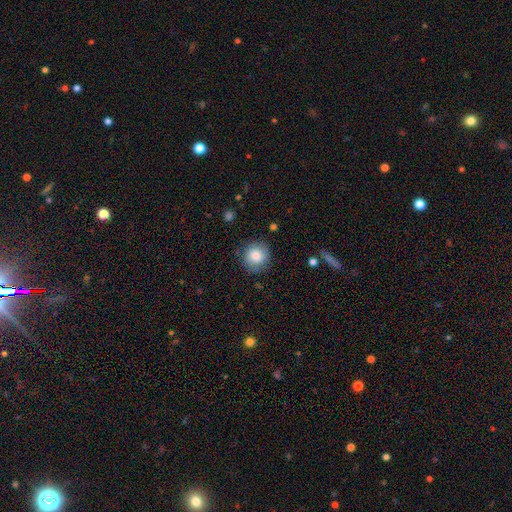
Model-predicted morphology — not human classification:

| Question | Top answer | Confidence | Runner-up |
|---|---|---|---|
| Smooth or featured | smooth | 84% | star or artifact (8%) |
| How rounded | round | 90% | in between (9%) |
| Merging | none | 83% | minor disturbance (12%) |